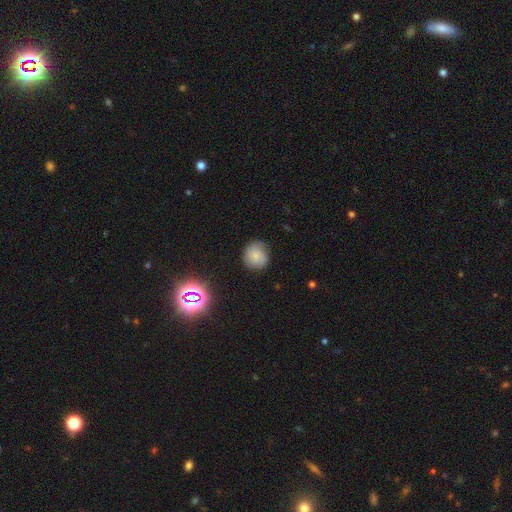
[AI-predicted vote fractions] Smooth or featured? smooth (73%)
How rounded? round (89%)
Merging? none (77%)